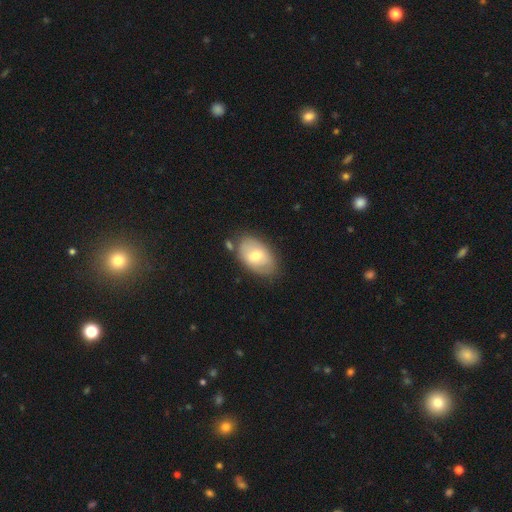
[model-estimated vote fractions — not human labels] Morphology: type=smooth (63%); roundness=in between (89%); merging=none (71%).